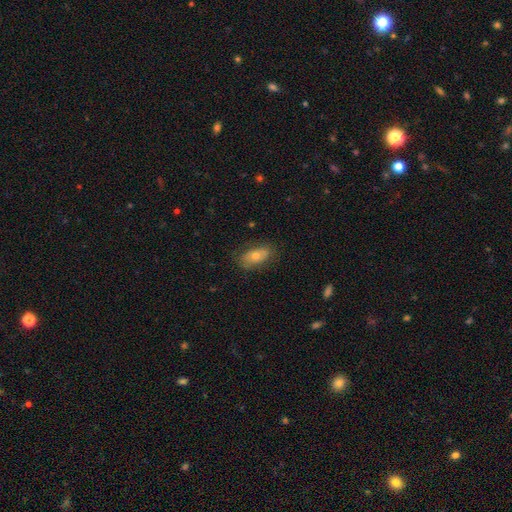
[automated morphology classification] Smooth or featured? smooth (60%)
How rounded? in between (89%)
Merging? none (74%)